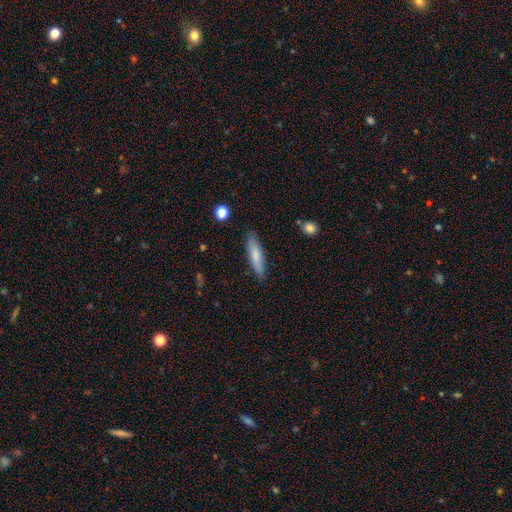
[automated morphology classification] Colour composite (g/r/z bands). It shows a smooth galaxy with no disk features (74%) that is cigar-shaped (78%). Merging: none (85%).